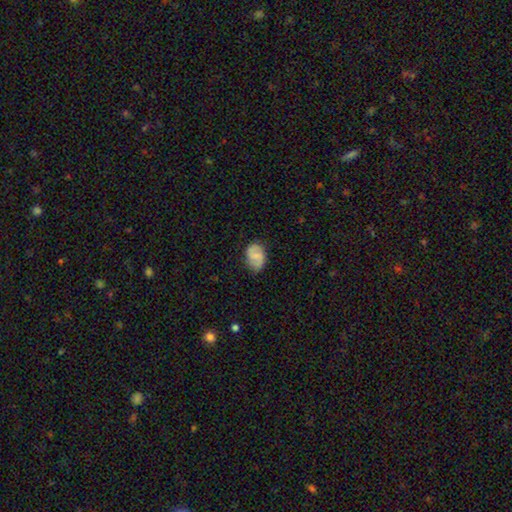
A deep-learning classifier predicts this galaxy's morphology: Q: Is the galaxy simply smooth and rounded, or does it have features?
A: smooth — 51%.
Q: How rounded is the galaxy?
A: in between — 77%.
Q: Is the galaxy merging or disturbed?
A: none — 74%.